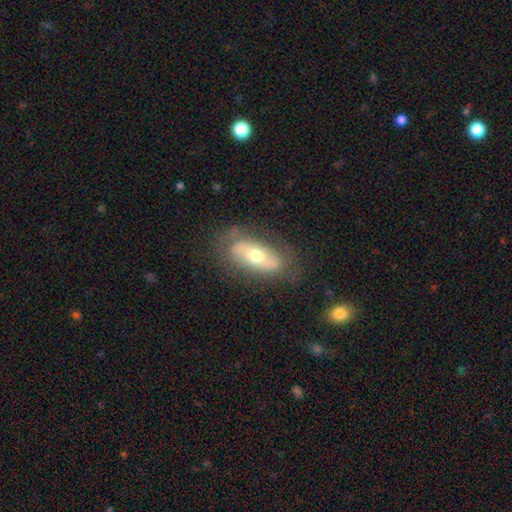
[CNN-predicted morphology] Smooth or featured? Predicted: featured or disk (p=0.54). Edge-on disk? Predicted: no (p=0.83). Merging? Predicted: none (p=0.73).